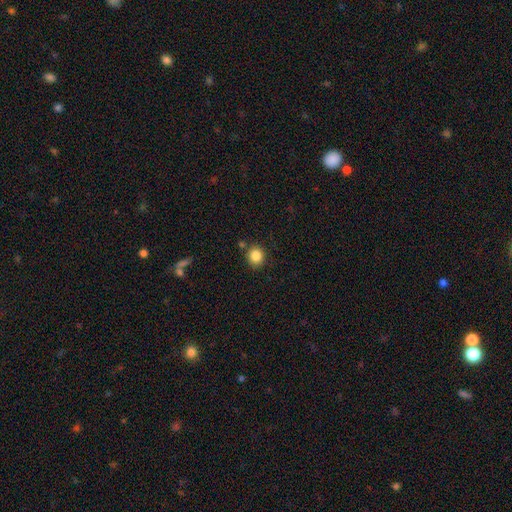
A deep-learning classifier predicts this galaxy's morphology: This appears to be a smooth galaxy with no disk features (86%) that is round (83%). Merging: none (83%).